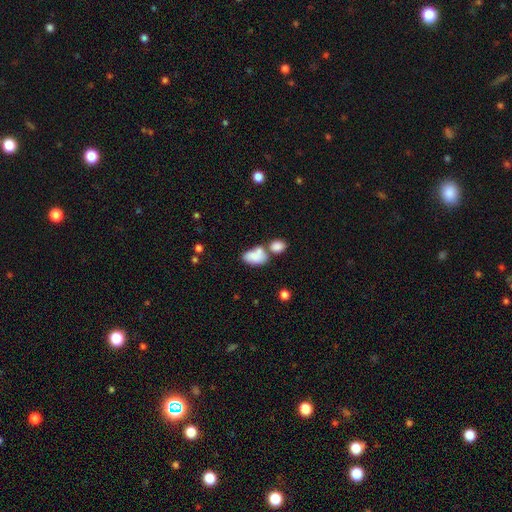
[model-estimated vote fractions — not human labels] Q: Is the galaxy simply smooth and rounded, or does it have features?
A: smooth — 77%.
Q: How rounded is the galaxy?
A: in between — 88%.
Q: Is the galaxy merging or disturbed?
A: merger — 50%.